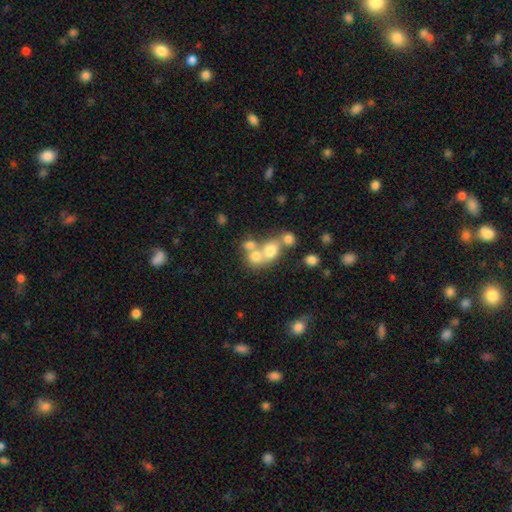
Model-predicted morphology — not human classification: Smooth or featured? Predicted: smooth (p=0.64). How rounded? Predicted: round (p=0.70). Merging? Predicted: merger (p=0.55).